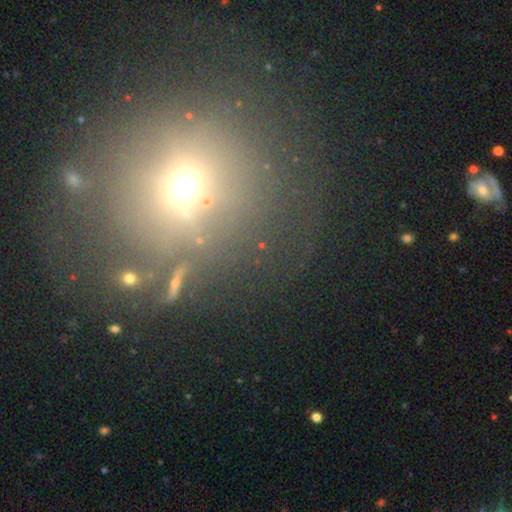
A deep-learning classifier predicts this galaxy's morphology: This is possibly a smooth galaxy (49%). Merging: likely none (74%).